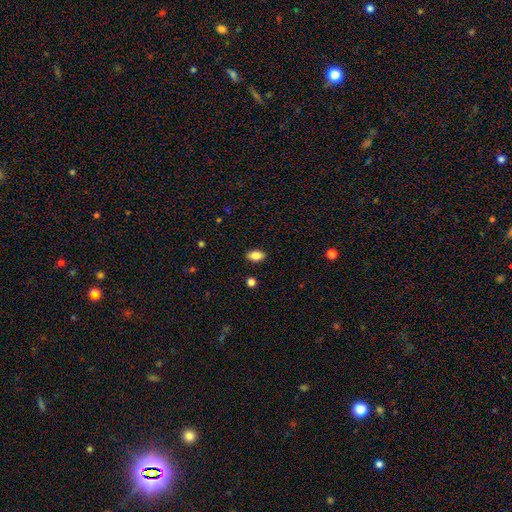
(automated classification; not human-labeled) Smooth or featured? Predicted: smooth (p=0.87). How rounded? Predicted: in between (p=0.90). Merging? Predicted: none (p=0.88).